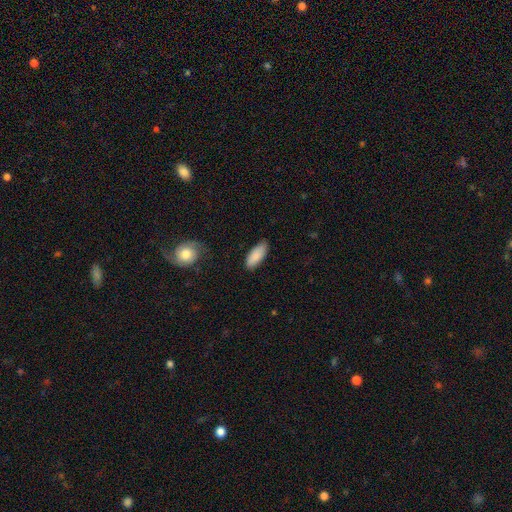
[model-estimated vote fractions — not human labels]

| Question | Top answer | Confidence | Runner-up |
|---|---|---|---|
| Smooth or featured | smooth | 87% | featured or disk (7%) |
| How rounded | in between | 82% | cigar-shaped (16%) |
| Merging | none | 80% | minor disturbance (16%) |